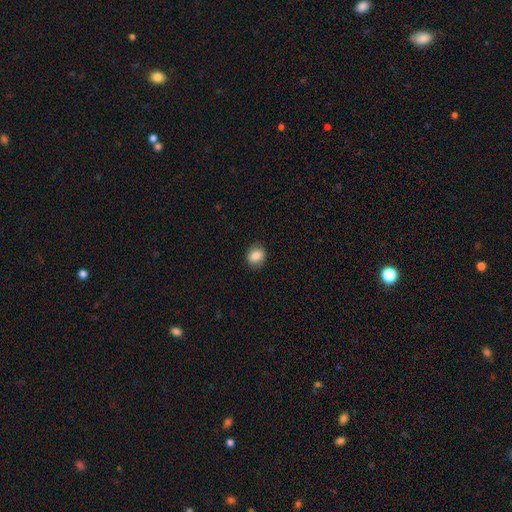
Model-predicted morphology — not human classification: Smooth or featured? Predicted: smooth (p=0.85). How rounded? Predicted: round (p=0.53). Merging? Predicted: none (p=0.83).